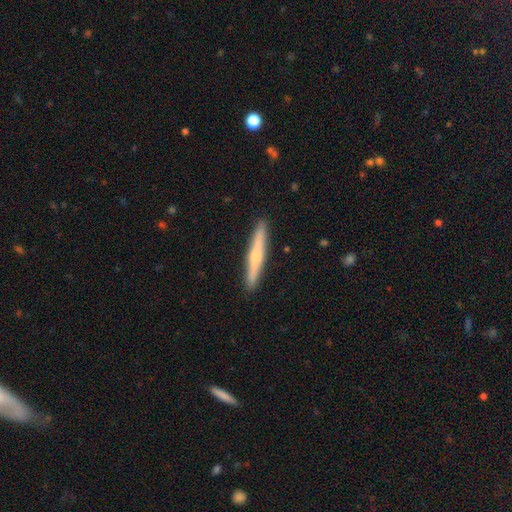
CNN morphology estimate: smooth-or-featured: featured or disk: 50% | smooth: 45% | star or artifact: 5%
  merging: none: 92% | minor disturbance: 5% | major disturbance: 1% | merger: 1%